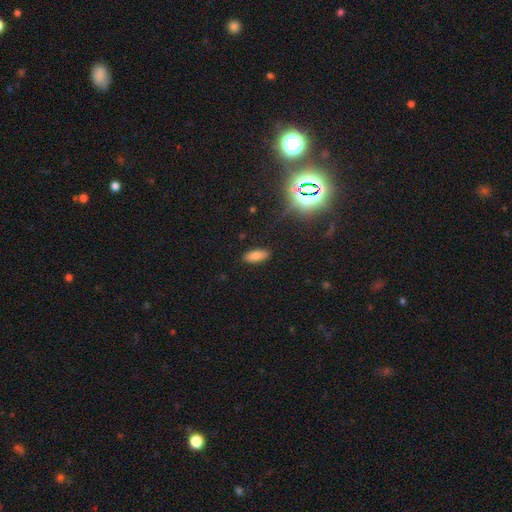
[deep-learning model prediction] Morphology: type=smooth (77%); roundness=in between (83%); merging=none (88%).